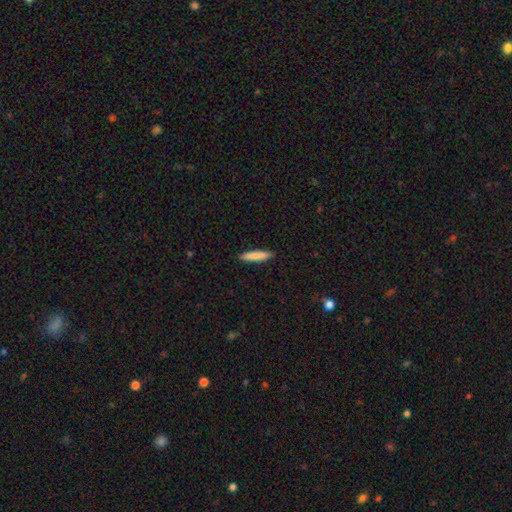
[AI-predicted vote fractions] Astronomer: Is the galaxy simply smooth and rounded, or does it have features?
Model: smooth — 85%.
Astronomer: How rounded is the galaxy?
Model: cigar-shaped — 89%.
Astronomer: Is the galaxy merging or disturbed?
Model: none — 91%.